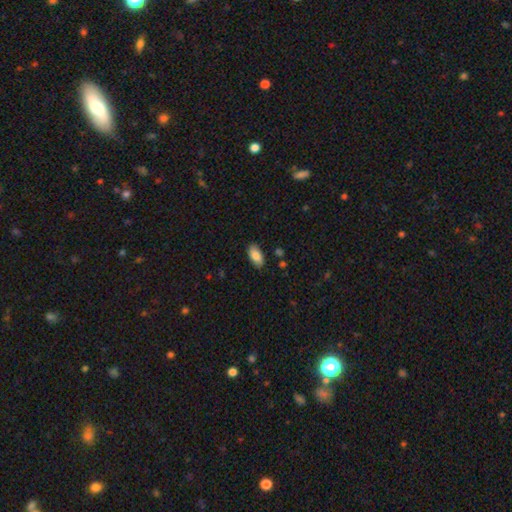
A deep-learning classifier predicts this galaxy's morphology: smooth 84%, featured or disk 9%, star or artifact 7%. Down the decision tree: how rounded — in between (93%); merging — none (85%).